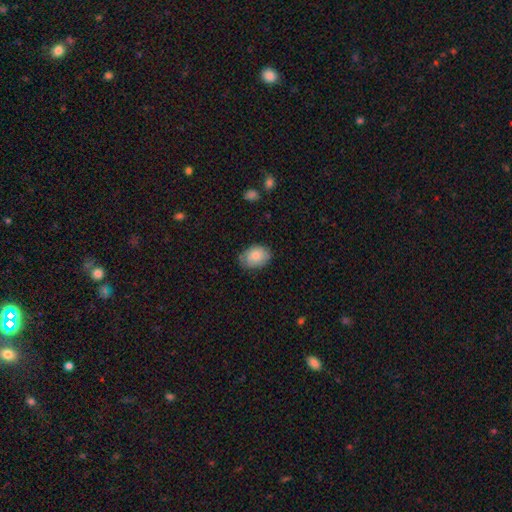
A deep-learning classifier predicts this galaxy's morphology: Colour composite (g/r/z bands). It shows a smooth galaxy with no disk features (83%) that is in between round and cigar-shaped (74%). Merging: none (73%).